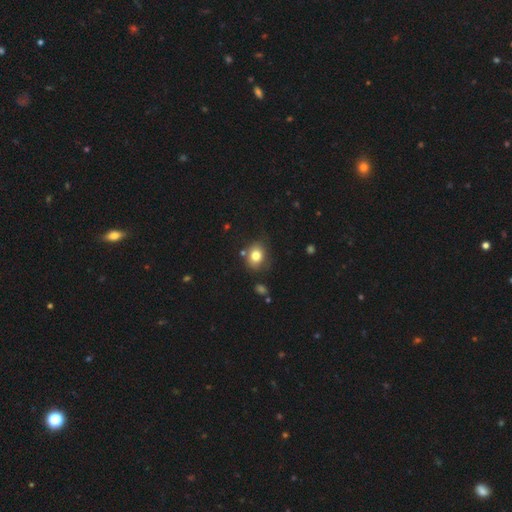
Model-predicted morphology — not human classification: Smooth or featured? Predicted: smooth (p=0.80). How rounded? Predicted: round (p=0.55). Merging? Predicted: none (p=0.70).